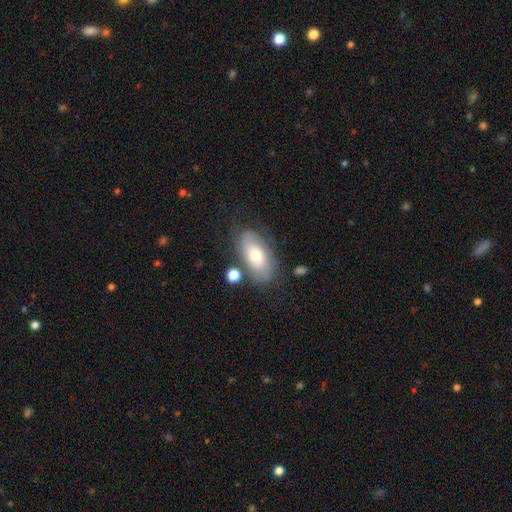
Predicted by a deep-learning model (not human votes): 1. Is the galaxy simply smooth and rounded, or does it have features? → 56% smooth, 37% featured or disk, 8% star or artifact.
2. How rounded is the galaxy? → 90% in between, 5% cigar-shaped, 5% round.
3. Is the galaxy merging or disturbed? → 64% none, 21% minor disturbance, 8% major disturbance, 6% merger.